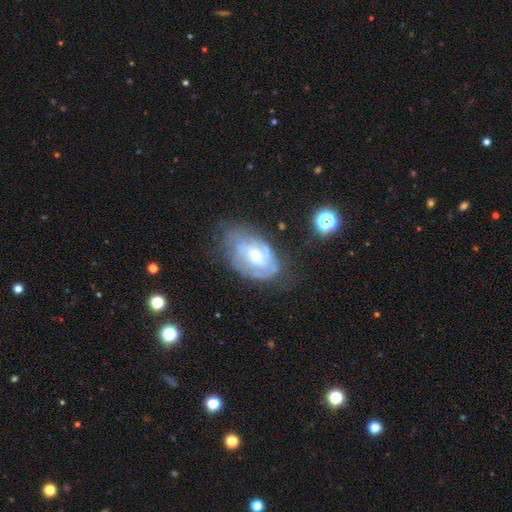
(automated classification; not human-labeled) This appears to be a featured or disk galaxy (74%) with no bar (64%), tight (56%) spiral arms (78%) and a moderate central bulge (57%). Merging: none (52%).